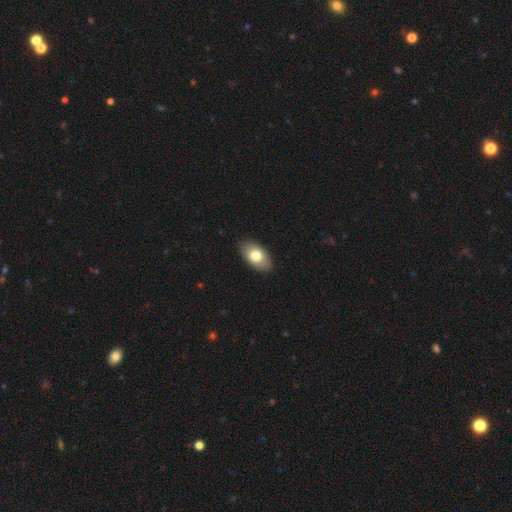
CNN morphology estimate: A smooth galaxy with no disk features (77%) that is in between round and cigar-shaped (93%).

Vote fractions:
- Smooth or featured? smooth: 77% / featured or disk: 17% / star or artifact: 7%
- How rounded? in between: 93% / round: 6% / cigar-shaped: 2%
- Merging? none: 88% / minor disturbance: 9% / major disturbance: 2% / merger: 1%